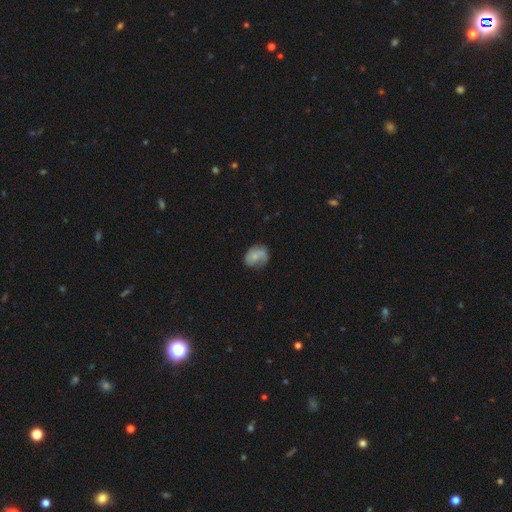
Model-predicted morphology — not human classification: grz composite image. It shows a smooth galaxy with no disk features (59%) that is in between round and cigar-shaped (57%). Merging: none (50%).